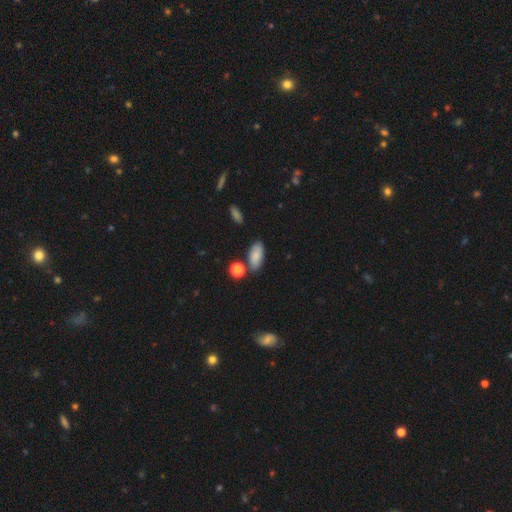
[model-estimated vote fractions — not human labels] This is clearly a smooth galaxy (83%). How rounded: clearly in between (89%). Merging: likely none (75%).